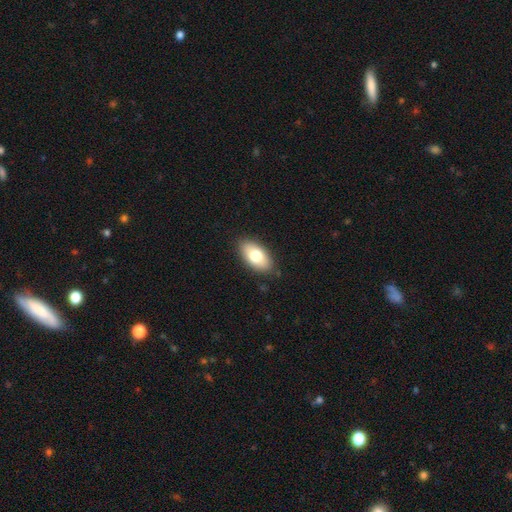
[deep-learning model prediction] Smooth or featured?
  - smooth: 75% *
  - featured or disk: 18%
  - star or artifact: 7%
How rounded?
  - in between: 93% *
  - round: 4%
  - cigar-shaped: 3%
Merging?
  - none: 86% *
  - minor disturbance: 11%
  - major disturbance: 2%
  - merger: 1%